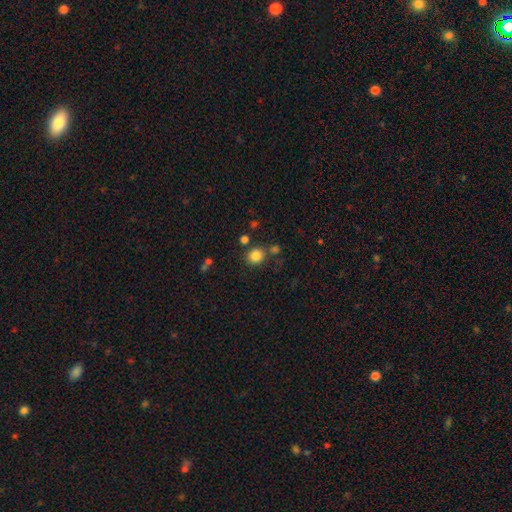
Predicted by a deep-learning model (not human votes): smooth-or-featured: smooth: 83% | star or artifact: 12% | featured or disk: 5%
  how-rounded: round: 78% | in between: 21% | cigar-shaped: 1%
  merging: none: 76% | merger: 10% | minor disturbance: 10% | major disturbance: 4%